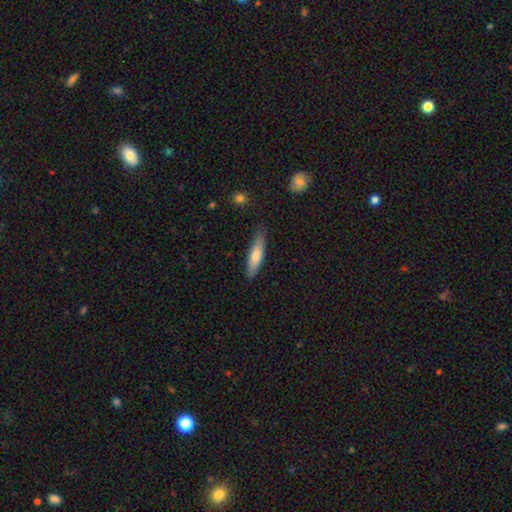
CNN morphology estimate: Smooth or featured: smooth — 70% (featured or disk — 24%)
How rounded: cigar-shaped — 76% (in between — 22%)
Merging: none — 84% (minor disturbance — 13%)